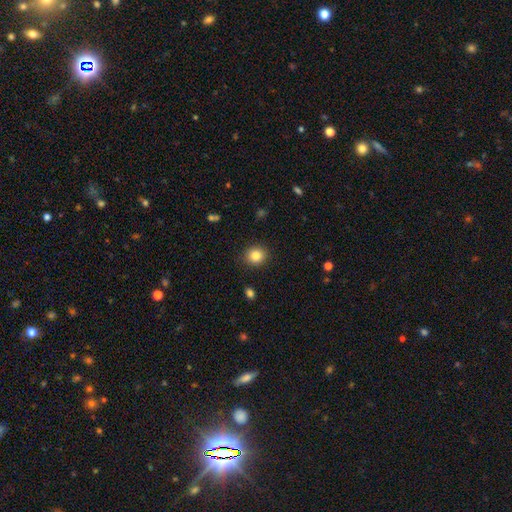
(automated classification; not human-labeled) smooth_or_featured: smooth (p=0.84) [alt: star or artifact p=0.10]
how_rounded: round (p=0.81) [alt: in between p=0.18]
merging: none (p=0.90) [alt: minor disturbance p=0.07]